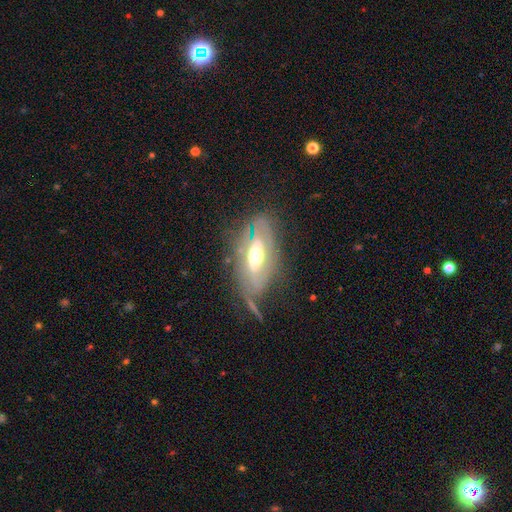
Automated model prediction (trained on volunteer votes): Smooth or featured? Predicted: featured or disk (p=0.67). Edge-on disk? Predicted: no (p=0.73). Merging? Predicted: none (p=0.55).